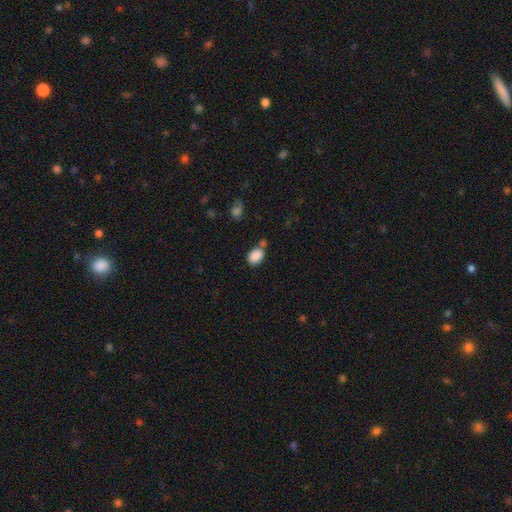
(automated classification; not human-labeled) This is clearly a smooth galaxy (88%). How rounded: likely in between (77%). Merging: likely none (63%).